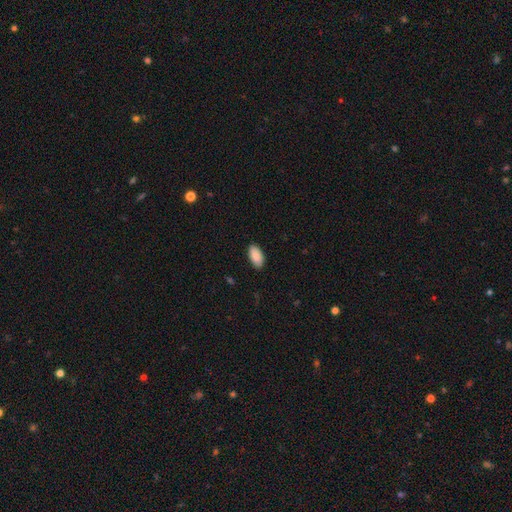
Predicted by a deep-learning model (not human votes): Q: Smooth or featured?
A: smooth (90%); runner-up: star or artifact (6%)
Q: How rounded?
A: in between (95%); runner-up: cigar-shaped (2%)
Q: Merging?
A: none (88%); runner-up: minor disturbance (9%)